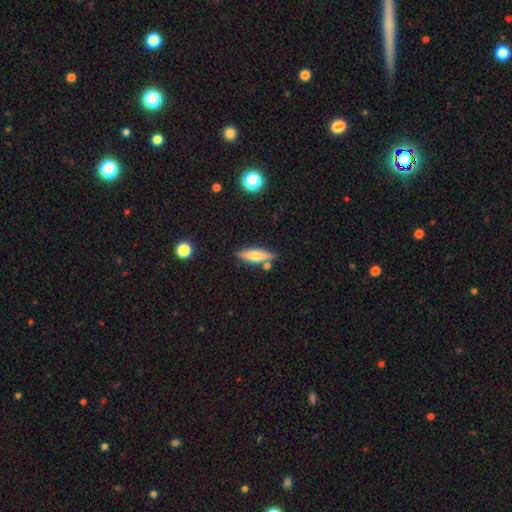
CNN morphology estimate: The model was most divided on "smooth or featured": smooth: 52%, featured or disk: 41%, star or artifact: 7%. More confident: merging — none (79%); how rounded — cigar-shaped (68%).